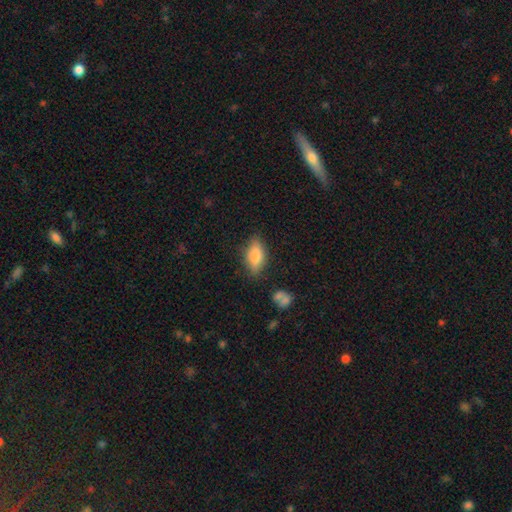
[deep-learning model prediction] Smooth or featured?
  - smooth: 75% *
  - featured or disk: 18%
  - star or artifact: 7%
How rounded?
  - in between: 76% *
  - cigar-shaped: 21%
  - round: 3%
Merging?
  - none: 80% *
  - minor disturbance: 14%
  - major disturbance: 4%
  - merger: 2%